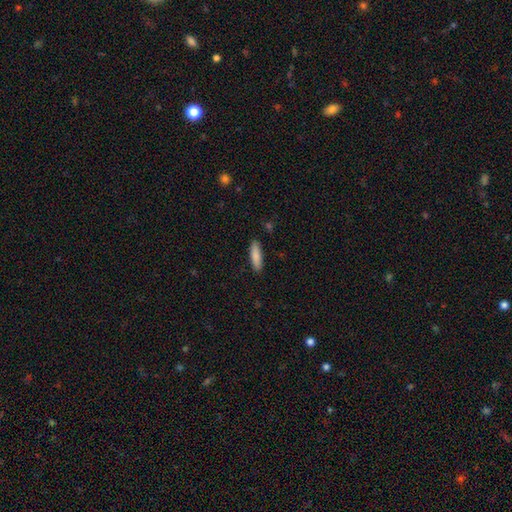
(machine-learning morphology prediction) Overall: smooth (86%). How rounded: cigar-shaped (62%; in between 36%). Merging: none (89%).